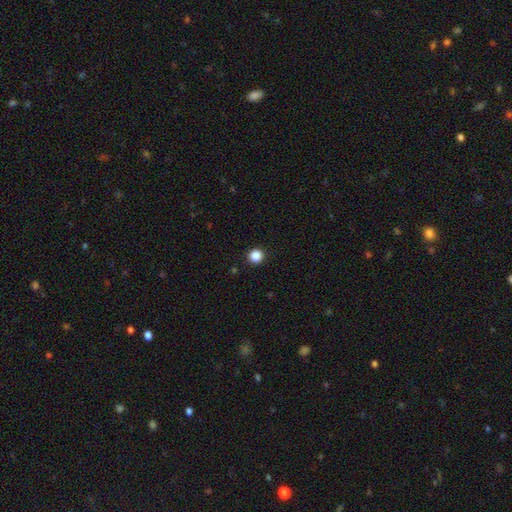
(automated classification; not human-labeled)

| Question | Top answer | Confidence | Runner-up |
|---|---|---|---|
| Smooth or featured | smooth | 87% | star or artifact (11%) |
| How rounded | round | 95% | in between (4%) |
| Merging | none | 93% | minor disturbance (4%) |